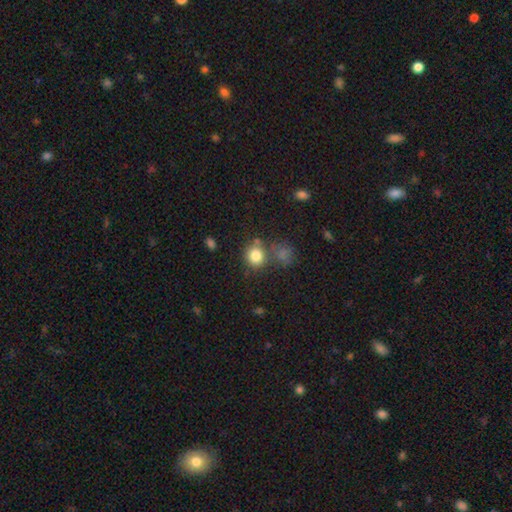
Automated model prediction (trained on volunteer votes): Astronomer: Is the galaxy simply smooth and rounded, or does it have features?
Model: smooth — 82%.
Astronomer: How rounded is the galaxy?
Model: round — 82%.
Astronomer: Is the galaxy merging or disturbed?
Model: none — 65%.